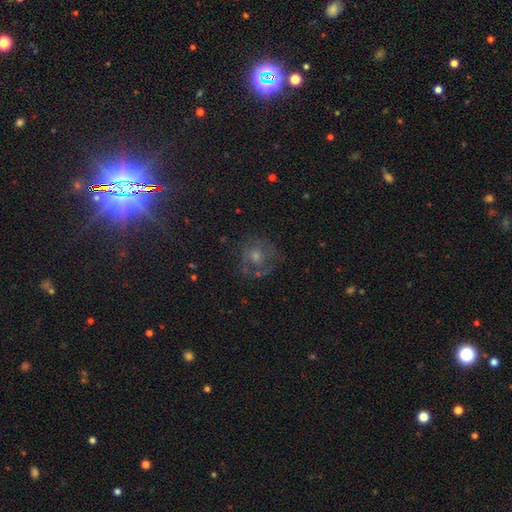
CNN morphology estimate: Smooth or featured?
  - featured or disk: 50% *
  - star or artifact: 28%
  - smooth: 22%
Merging?
  - none: 68% *
  - minor disturbance: 16%
  - major disturbance: 13%
  - merger: 2%